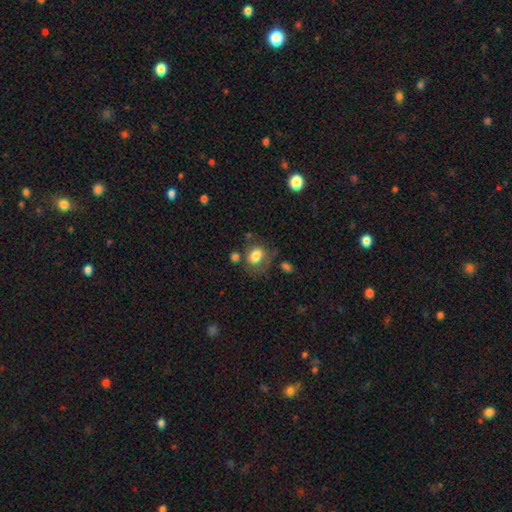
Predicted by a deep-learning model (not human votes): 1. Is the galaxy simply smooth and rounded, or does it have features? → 78% smooth, 12% featured or disk, 10% star or artifact.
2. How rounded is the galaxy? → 50% in between, 49% round, 1% cigar-shaped.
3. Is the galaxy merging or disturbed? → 59% none, 21% minor disturbance, 10% major disturbance, 10% merger.